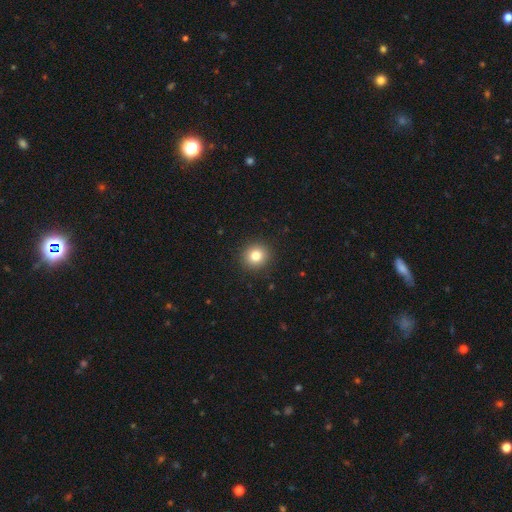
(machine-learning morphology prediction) A smooth galaxy with no disk features (82%) that is round (89%). Merging: none (92%).